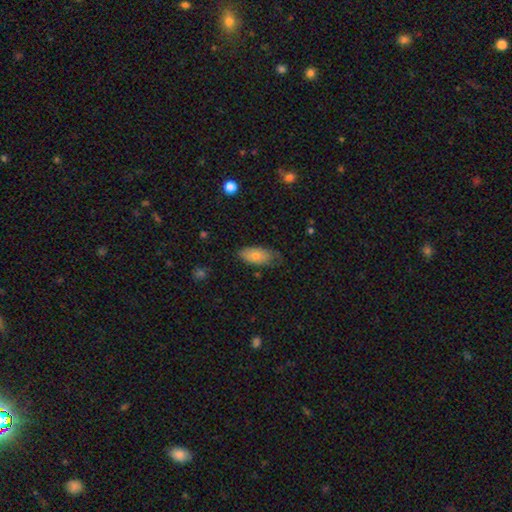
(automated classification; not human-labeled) Smooth or featured? smooth (72%)
How rounded? in between (89%)
Merging? none (62%)